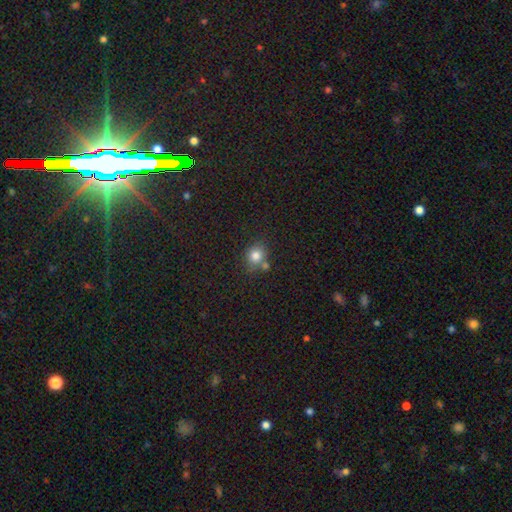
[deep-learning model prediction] Q: Smooth or featured?
A: smooth (80%); runner-up: star or artifact (12%)
Q: How rounded?
A: round (74%); runner-up: in between (25%)
Q: Merging?
A: none (60%); runner-up: merger (22%)